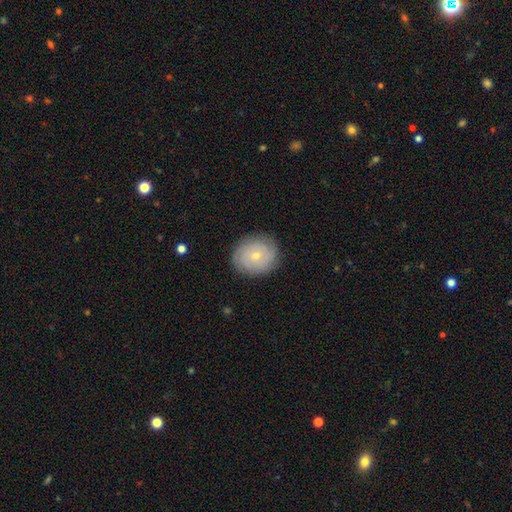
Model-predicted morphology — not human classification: Smooth or featured?
  - featured or disk: 47% *
  - smooth: 44%
  - star or artifact: 8%
Merging?
  - none: 85% *
  - minor disturbance: 11%
  - major disturbance: 3%
  - merger: 1%